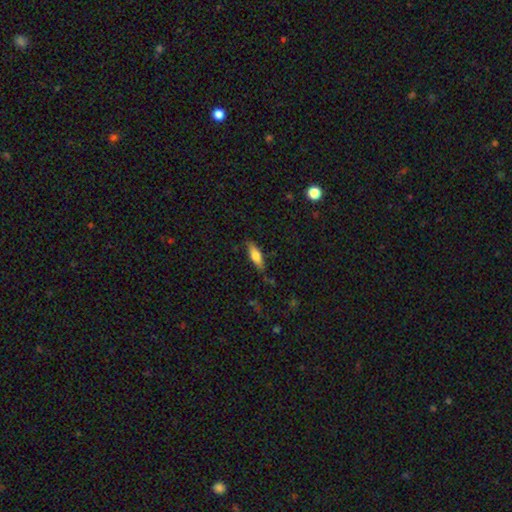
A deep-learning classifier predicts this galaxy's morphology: The model was most divided on "how rounded": in between: 55%, cigar-shaped: 43%, round: 3%. More confident: merging — none (77%); smooth or featured — smooth (66%).